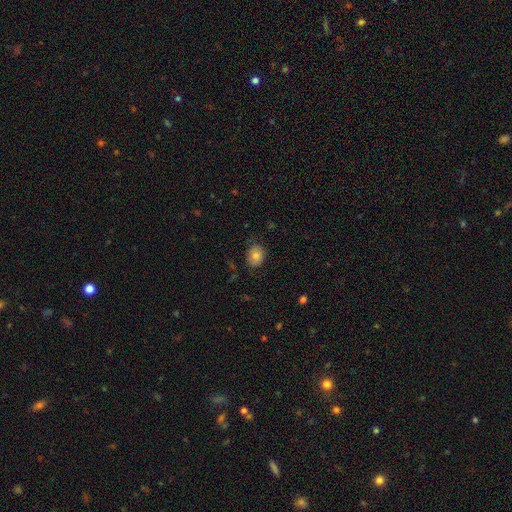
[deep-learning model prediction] Q: Smooth or featured?
A: smooth (80%); runner-up: featured or disk (10%)
Q: How rounded?
A: in between (52%); runner-up: round (48%)
Q: Merging?
A: none (74%); runner-up: minor disturbance (20%)